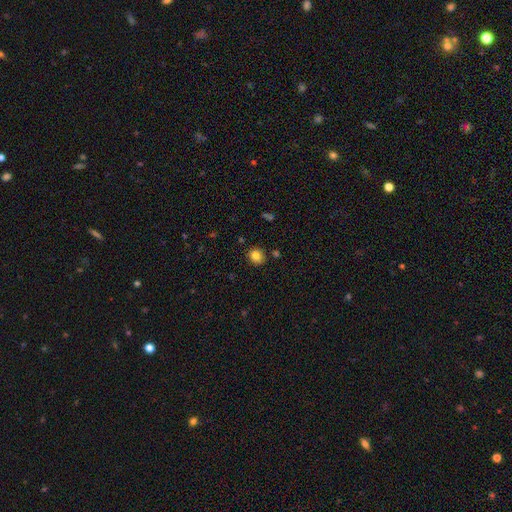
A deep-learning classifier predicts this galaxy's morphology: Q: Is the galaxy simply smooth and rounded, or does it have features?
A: smooth — 82%.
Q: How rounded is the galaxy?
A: round — 76%.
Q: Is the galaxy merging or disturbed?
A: none — 86%.